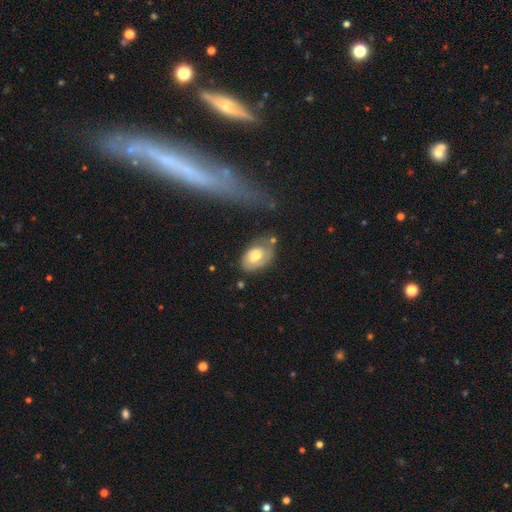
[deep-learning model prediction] This is possibly a smooth galaxy (53%). How rounded: clearly in between (90%). Merging: possibly none (53%).